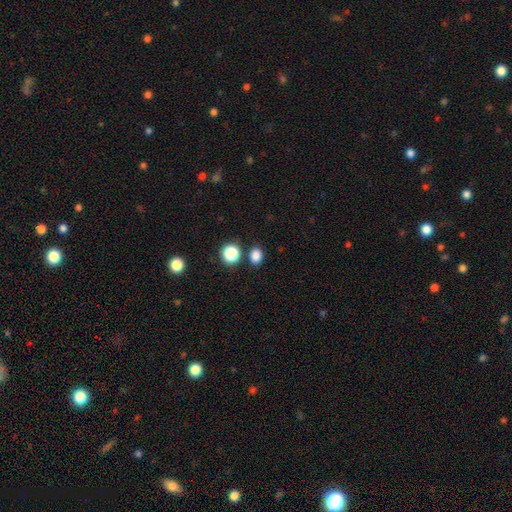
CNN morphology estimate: This is clearly a smooth galaxy (83%). How rounded: possibly in between (51%). Merging: clearly none (80%).